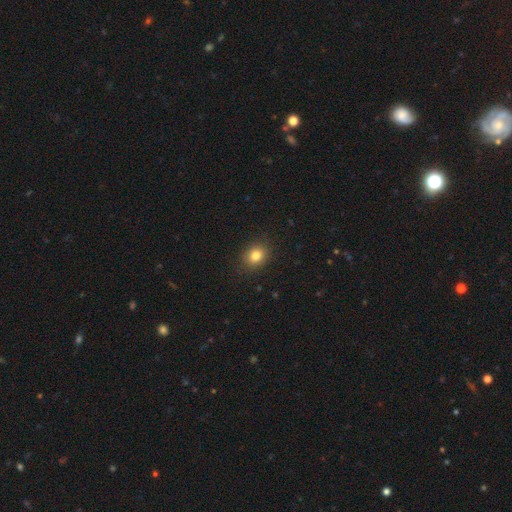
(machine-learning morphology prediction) This is clearly a smooth galaxy (82%). How rounded: possibly round (57%). Merging: clearly none (88%).